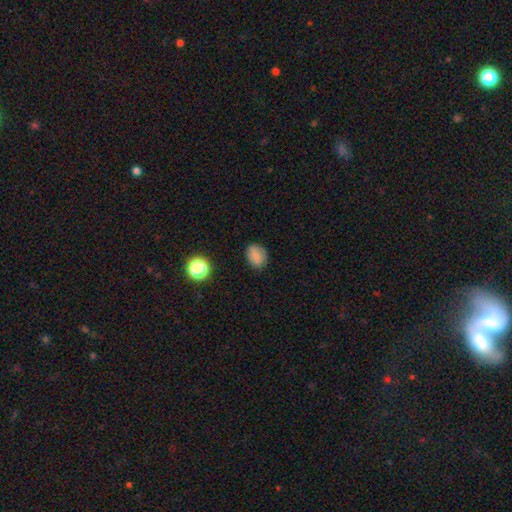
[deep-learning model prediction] Smooth or featured?
  - smooth: 82% *
  - star or artifact: 12%
  - featured or disk: 6%
How rounded?
  - in between: 63% *
  - round: 35%
  - cigar-shaped: 1%
Merging?
  - none: 83% *
  - minor disturbance: 12%
  - major disturbance: 3%
  - merger: 1%